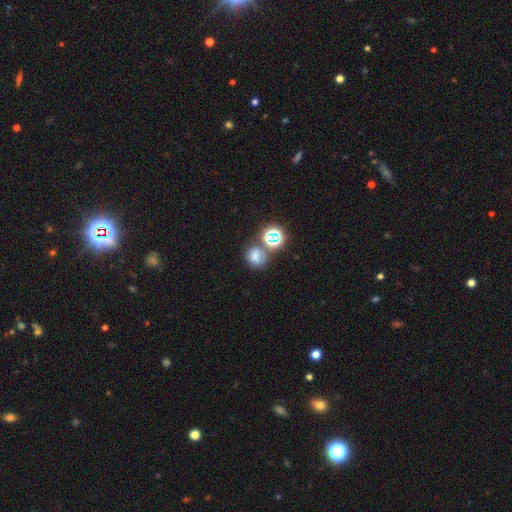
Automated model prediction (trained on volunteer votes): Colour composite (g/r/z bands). It shows a smooth galaxy with no disk features (65%) that is round (73%). Merging: none (58%).